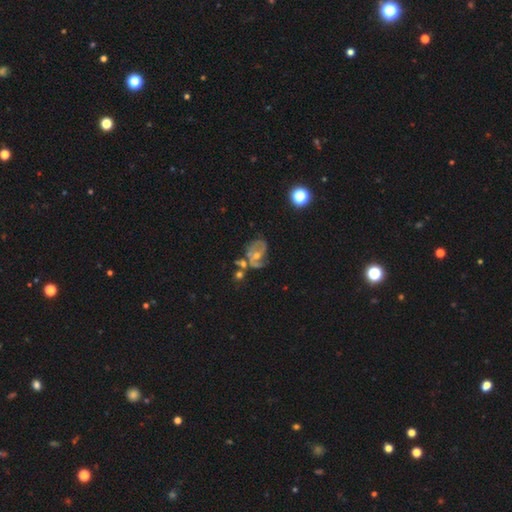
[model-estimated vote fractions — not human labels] featured or disk 65%, smooth 19%, star or artifact 16%. Down the decision tree: edge-on disk — no (97%); bar — no (65%); spiral arms — yes (76%); bulge size — small (48%); merging — none (46%).